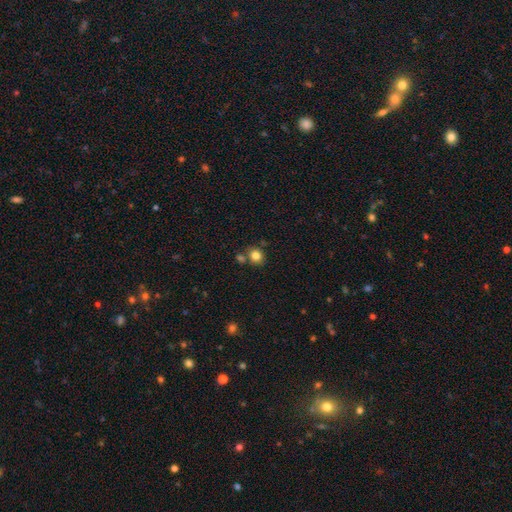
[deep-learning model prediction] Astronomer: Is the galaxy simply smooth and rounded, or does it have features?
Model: smooth — 82%.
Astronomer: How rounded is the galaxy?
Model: round — 78%.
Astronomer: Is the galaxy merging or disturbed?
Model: none — 72%.